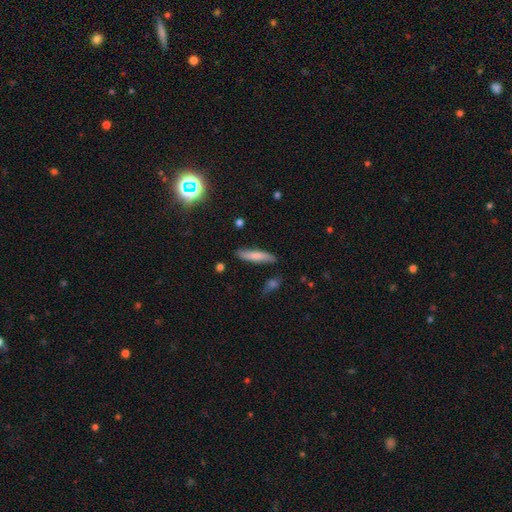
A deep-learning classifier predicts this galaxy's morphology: This is likely a smooth galaxy (76%). How rounded: likely cigar-shaped (78%). Merging: clearly none (83%).